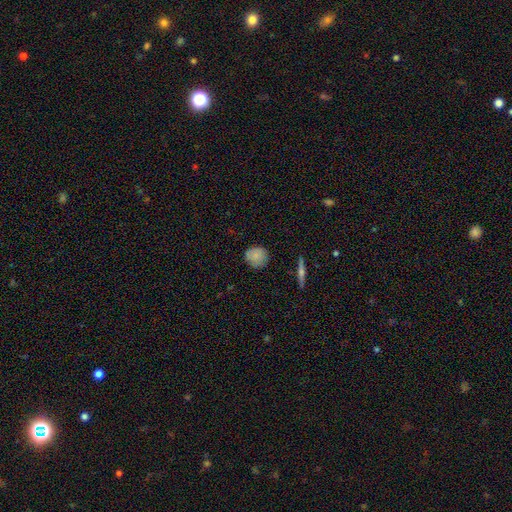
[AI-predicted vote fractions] smooth_or_featured: smooth (p=0.81) [alt: featured or disk p=0.11]
how_rounded: round (p=0.88) [alt: in between p=0.10]
merging: none (p=0.80) [alt: minor disturbance p=0.16]